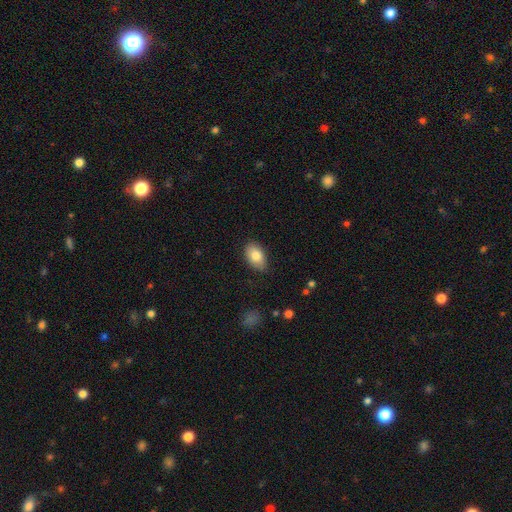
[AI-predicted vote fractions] smooth-or-featured: smooth: 81% | featured or disk: 12% | star or artifact: 7%
  how-rounded: in between: 91% | round: 7% | cigar-shaped: 1%
  merging: none: 81% | minor disturbance: 16% | major disturbance: 3% | merger: 1%